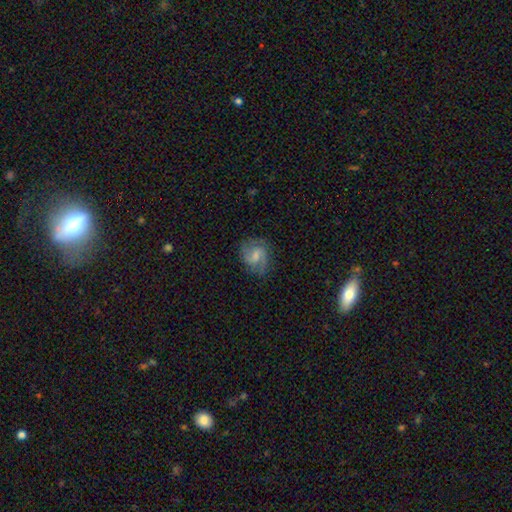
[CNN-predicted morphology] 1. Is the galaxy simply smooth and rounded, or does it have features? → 59% featured or disk, 33% smooth, 7% star or artifact.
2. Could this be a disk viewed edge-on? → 97% no, 3% yes.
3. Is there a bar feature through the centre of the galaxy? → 57% weak, 26% no, 17% strong.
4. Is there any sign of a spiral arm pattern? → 89% yes, 11% no.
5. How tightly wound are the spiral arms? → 50% medium, 26% tight, 24% loose.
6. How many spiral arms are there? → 75% 2, 12% can't tell, 5% 3, 4% 1, 2% 4, 2% more than 4.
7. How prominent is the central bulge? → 35% small (tied), 35% moderate (tied), 22% none, 7% large, 1% dominant.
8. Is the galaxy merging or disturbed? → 70% none, 20% minor disturbance, 9% major disturbance, 1% merger.